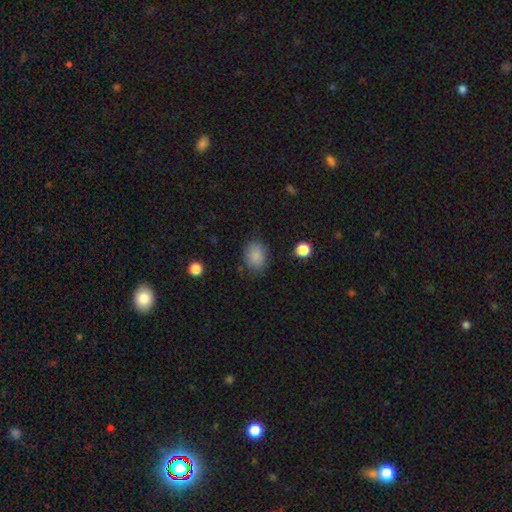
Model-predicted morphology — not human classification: This is clearly a smooth galaxy (86%). How rounded: possibly in between (56%). Merging: likely none (79%).